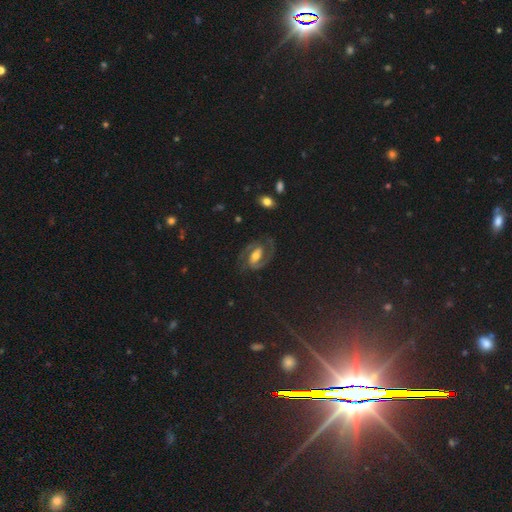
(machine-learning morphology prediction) Smooth or featured? Predicted: featured or disk (p=0.80). Edge-on disk? Predicted: no (p=0.97). Bar? Predicted: weak (p=0.41). Spiral arms? Predicted: yes (p=0.95). Spiral winding? Predicted: medium (p=0.56). Spiral arm count? Predicted: 2 (p=0.93). Bulge size? Predicted: moderate (p=0.62). Merging? Predicted: none (p=0.76).